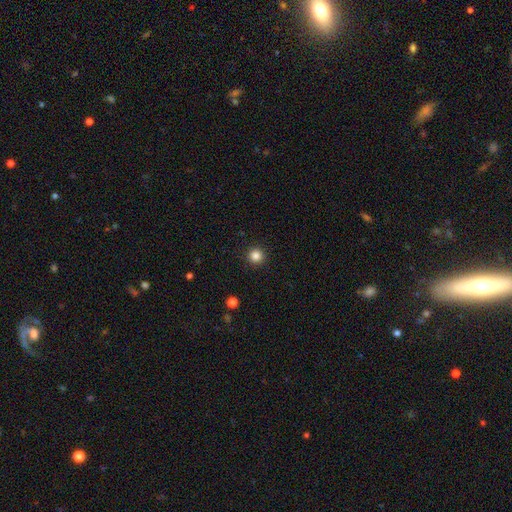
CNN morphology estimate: smooth_or_featured: smooth (p=0.85) [alt: star or artifact p=0.12]
how_rounded: round (p=0.96) [alt: in between p=0.03]
merging: none (p=0.93) [alt: minor disturbance p=0.04]